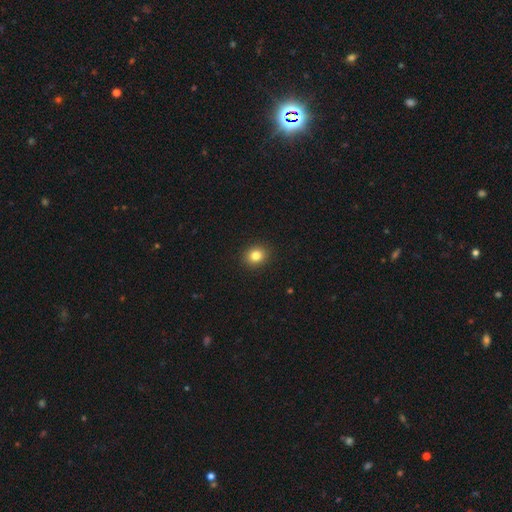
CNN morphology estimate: The model was most divided on "how rounded": round: 72%, in between: 27%, cigar-shaped: 1%. More confident: merging — none (92%); smooth or featured — smooth (83%).